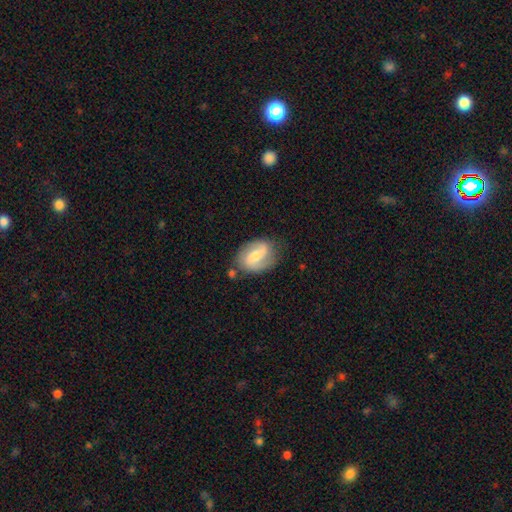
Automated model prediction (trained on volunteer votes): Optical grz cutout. It shows a featured or disk galaxy (69%) with a weak bar (49%), 2 (86%) loose (44%) spiral arms (91%) and a moderate central bulge (52%). Merging: none (71%).